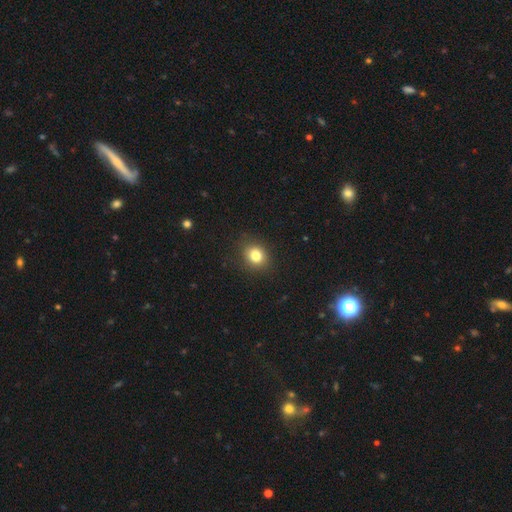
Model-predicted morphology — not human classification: Smooth or featured: smooth — 82% (star or artifact — 11%)
How rounded: round — 68% (in between — 31%)
Merging: none — 86% (minor disturbance — 10%)